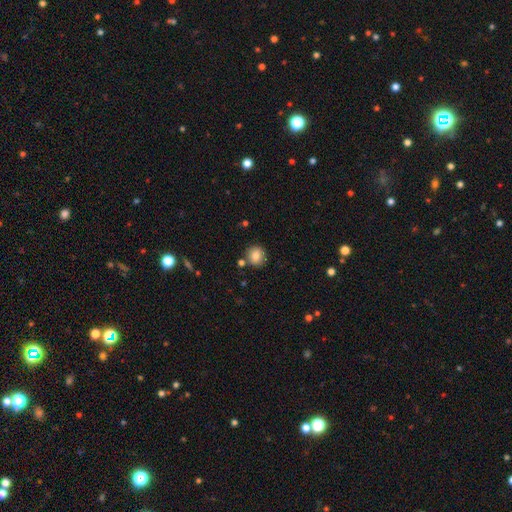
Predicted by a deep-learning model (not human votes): Smooth or featured: smooth — 82% (star or artifact — 10%)
How rounded: round — 88% (in between — 11%)
Merging: none — 82% (minor disturbance — 9%)